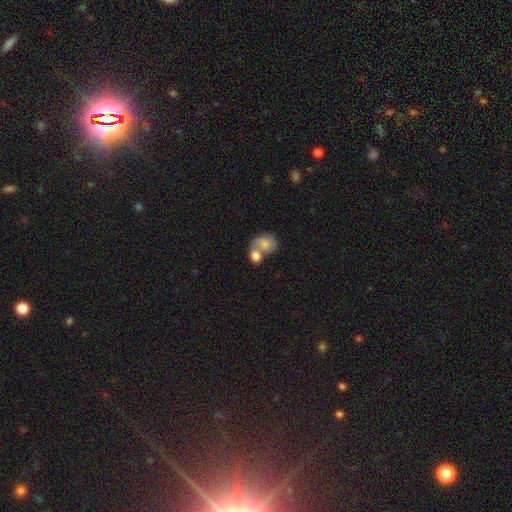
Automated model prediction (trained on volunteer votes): A smooth galaxy with no disk features (79%) that is round (51%). Merging: merger (64%).